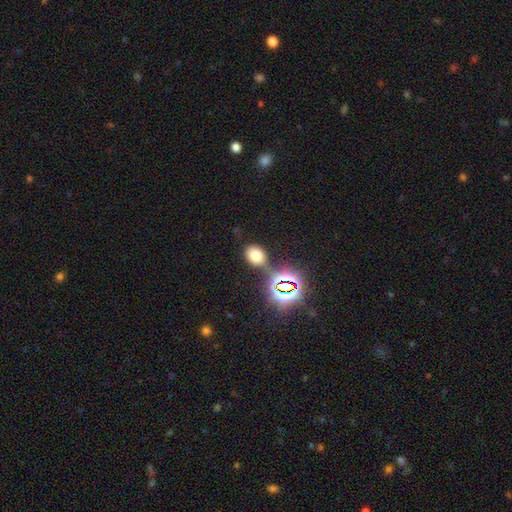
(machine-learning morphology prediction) Q: Smooth or featured?
A: smooth (66%); runner-up: star or artifact (24%)
Q: How rounded?
A: in between (50%); runner-up: round (49%)
Q: Merging?
A: none (66%); runner-up: minor disturbance (17%)